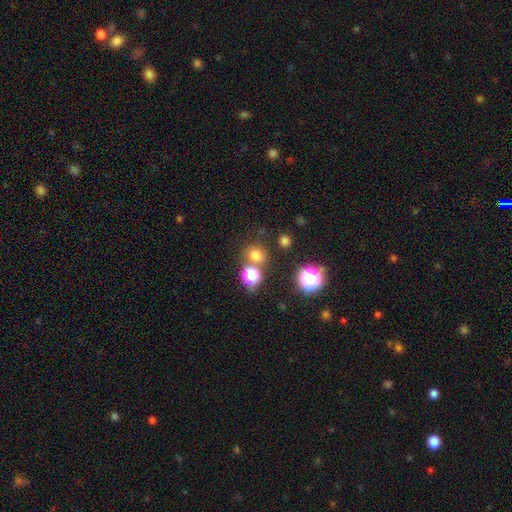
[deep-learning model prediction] Smooth or featured: smooth — 70% (star or artifact — 24%)
How rounded: round — 85% (in between — 14%)
Merging: none — 72% (merger — 16%)